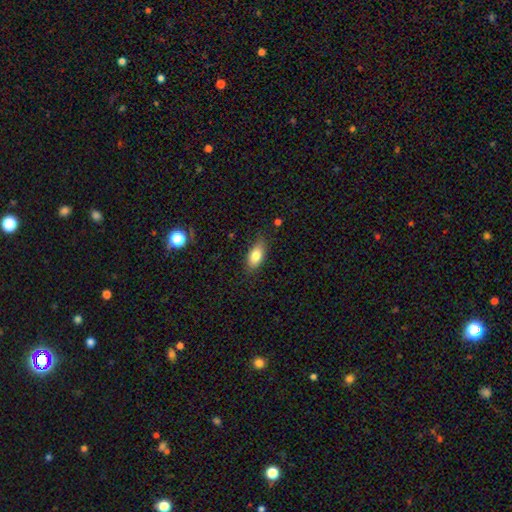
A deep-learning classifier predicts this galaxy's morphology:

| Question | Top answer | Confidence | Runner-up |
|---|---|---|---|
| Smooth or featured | smooth | 79% | featured or disk (14%) |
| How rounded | in between | 87% | cigar-shaped (8%) |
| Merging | none | 81% | minor disturbance (14%) |